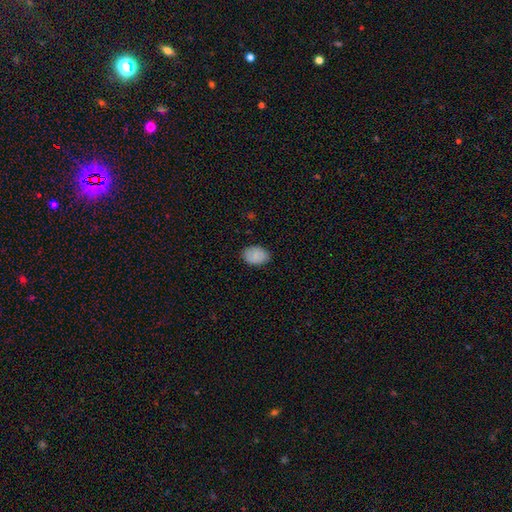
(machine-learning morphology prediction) Smooth or featured? smooth (81%)
How rounded? in between (80%)
Merging? none (85%)